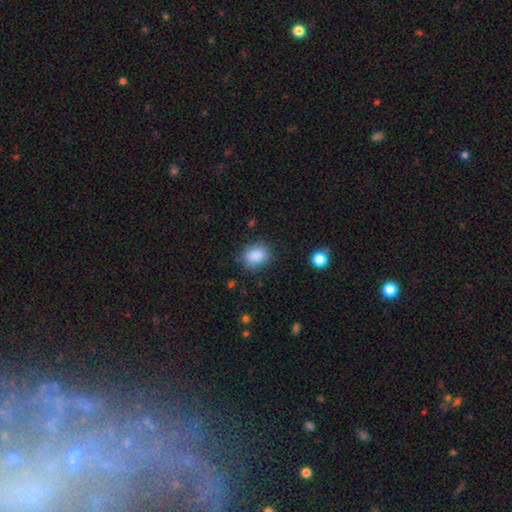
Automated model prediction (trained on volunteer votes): The model was most divided on "how rounded": in between: 61%, round: 38%, cigar-shaped: 1%. More confident: smooth or featured — smooth (87%); merging — none (81%).